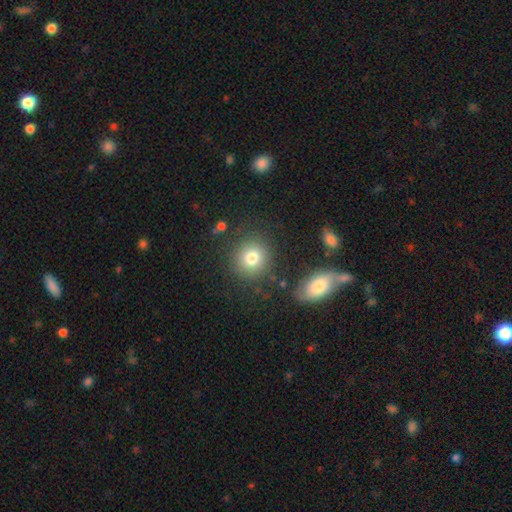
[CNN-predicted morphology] smooth 80%, star or artifact 11%, featured or disk 9%. Down the decision tree: how rounded — round (87%); merging — none (83%).